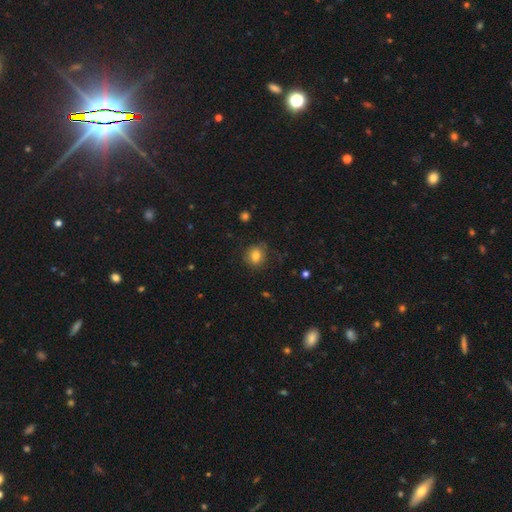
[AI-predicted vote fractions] The model was most divided on "how rounded": round: 68%, in between: 31%, cigar-shaped: 1%. More confident: smooth or featured — smooth (81%); merging — none (79%).